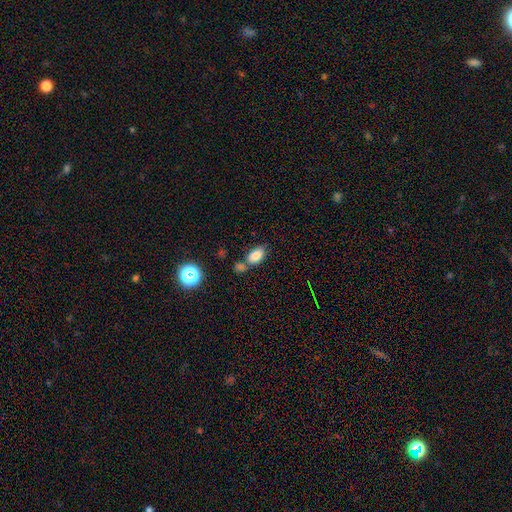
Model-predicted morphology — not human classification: Overall: smooth (81%). How rounded: in between (88%). Merging: none (59%; merger 20%).